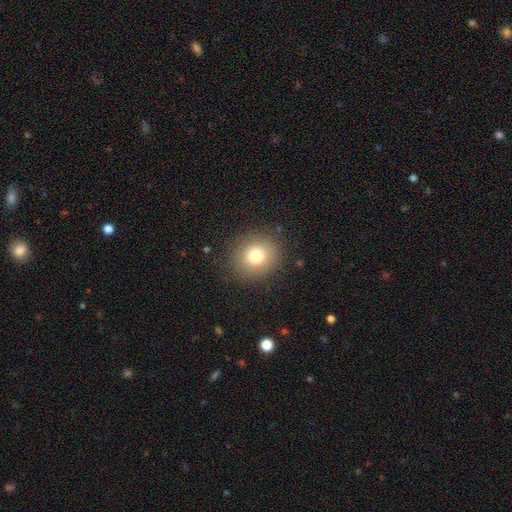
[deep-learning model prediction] The model was most divided on "how rounded": round: 83%, in between: 16%, cigar-shaped: 1%. More confident: merging — none (88%); smooth or featured — smooth (79%).